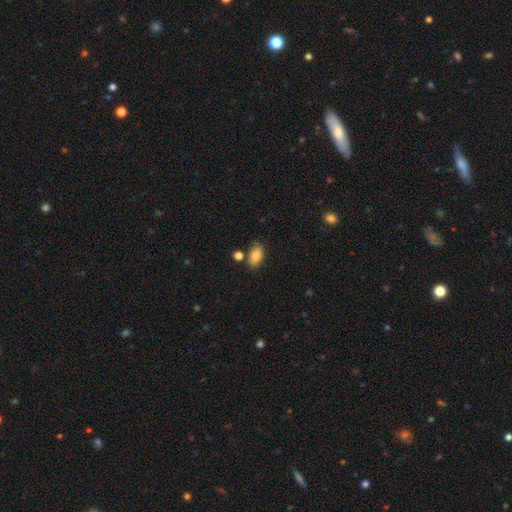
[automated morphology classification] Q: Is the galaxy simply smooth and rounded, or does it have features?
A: smooth — 86%.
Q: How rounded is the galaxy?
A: in between — 92%.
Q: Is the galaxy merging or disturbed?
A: none — 75%.